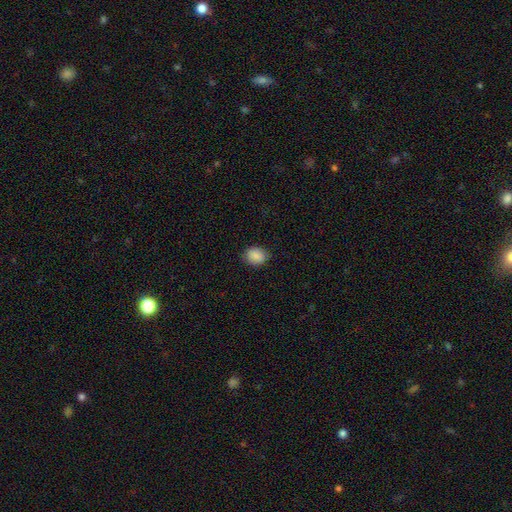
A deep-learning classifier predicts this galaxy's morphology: This is clearly a smooth galaxy (89%). How rounded: possibly round (54%). Merging: clearly none (85%).